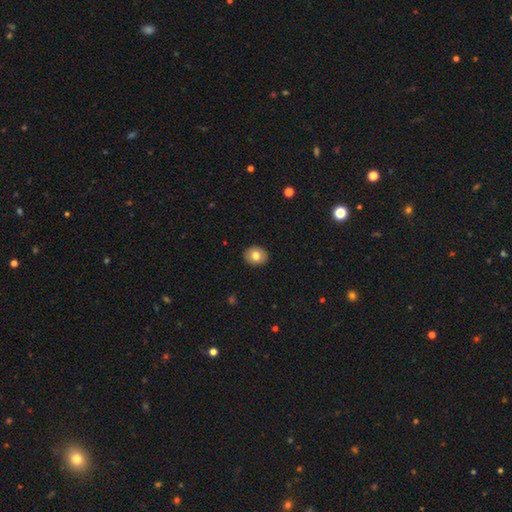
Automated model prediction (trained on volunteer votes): Smooth or featured? Predicted: smooth (p=0.77). How rounded? Predicted: round (p=0.61). Merging? Predicted: none (p=0.91).